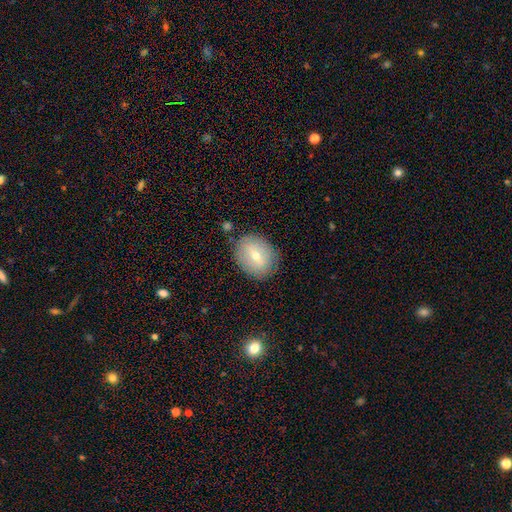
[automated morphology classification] A smooth galaxy with no disk features (60%) that is in between round and cigar-shaped (49%, tied with round).

Vote fractions:
- Smooth or featured? smooth: 60% / featured or disk: 32% / star or artifact: 8%
- How rounded? in between: 49% (tied) / round: 49% (tied) / cigar-shaped: 1%
- Merging? none: 83% / minor disturbance: 11% / major disturbance: 3% / merger: 2%